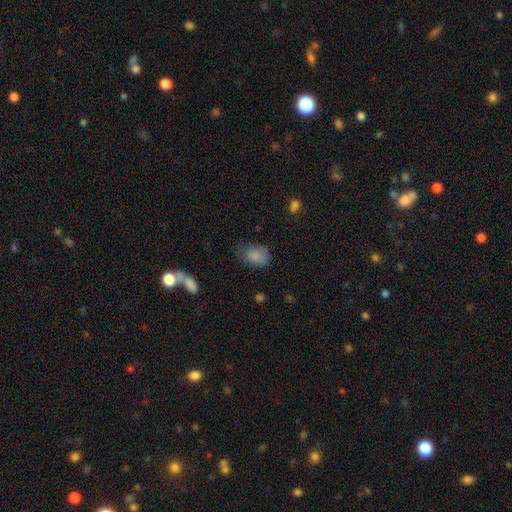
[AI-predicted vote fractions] Smooth or featured?
  - smooth: 84% *
  - star or artifact: 9%
  - featured or disk: 7%
How rounded?
  - in between: 73% *
  - round: 25%
  - cigar-shaped: 1%
Merging?
  - none: 53% *
  - minor disturbance: 33%
  - major disturbance: 12%
  - merger: 2%